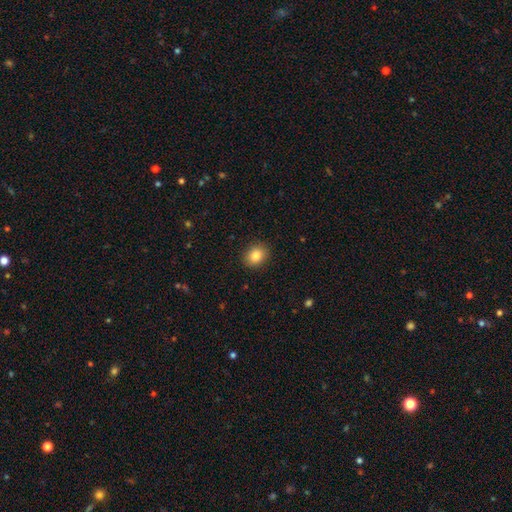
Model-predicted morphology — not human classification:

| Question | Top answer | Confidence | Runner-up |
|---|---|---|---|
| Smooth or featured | smooth | 85% | star or artifact (9%) |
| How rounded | round | 57% | in between (43%) |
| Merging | none | 89% | minor disturbance (8%) |